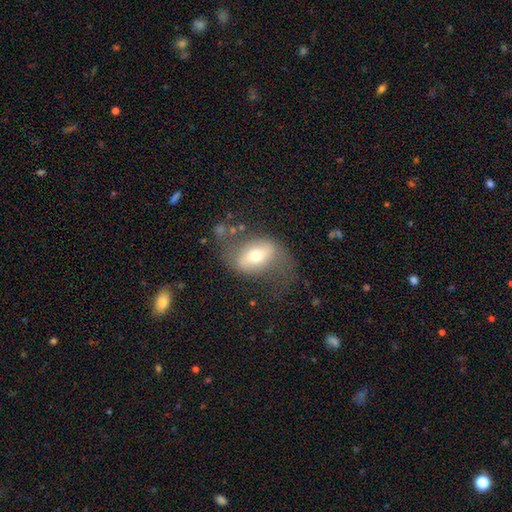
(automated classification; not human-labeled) Smooth or featured? Predicted: featured or disk (p=0.54). Edge-on disk? Predicted: no (p=0.87). Merging? Predicted: none (p=0.49).